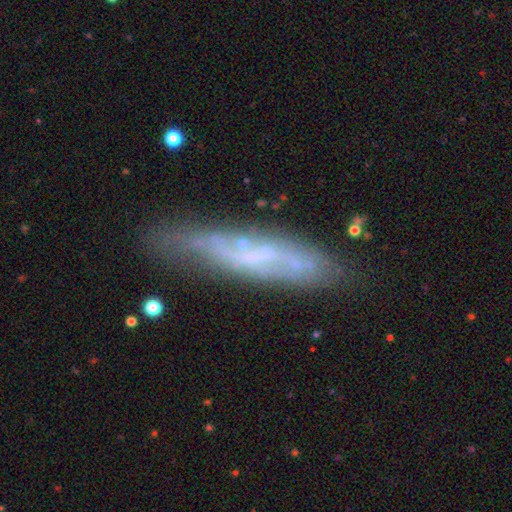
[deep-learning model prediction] This appears to be a featured or disk galaxy (63%) viewed edge-on (51%). Merging: none (66%).